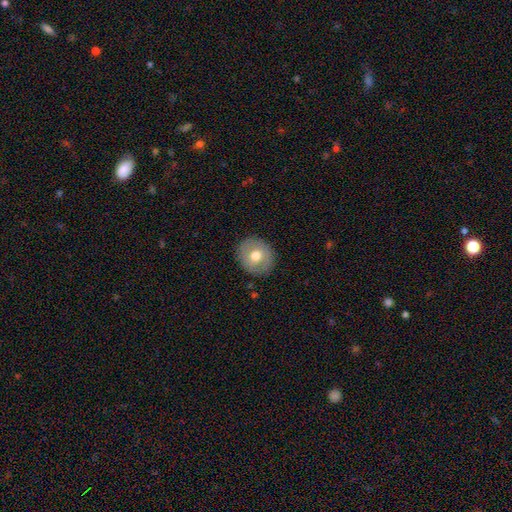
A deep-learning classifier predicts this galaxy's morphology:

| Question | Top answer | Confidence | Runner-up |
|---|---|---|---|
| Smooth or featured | smooth | 63% | featured or disk (30%) |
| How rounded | round | 79% | in between (21%) |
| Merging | none | 87% | minor disturbance (9%) |